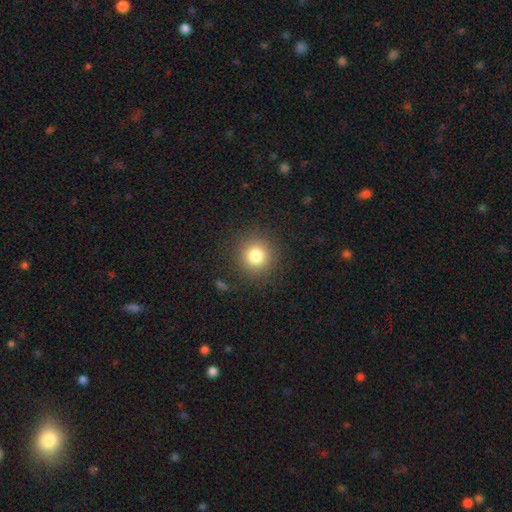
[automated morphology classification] type=smooth (81%); roundness=round (92%); merging=none (88%).